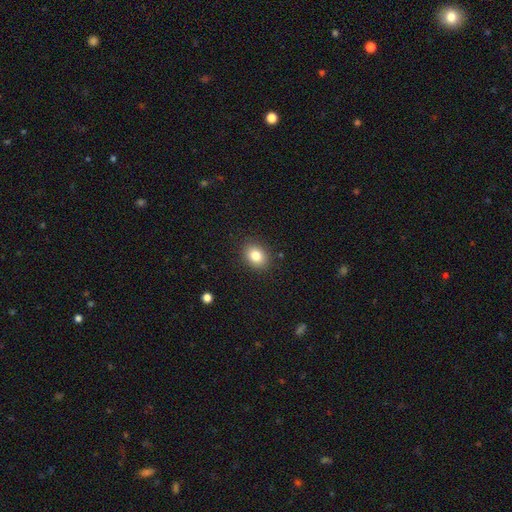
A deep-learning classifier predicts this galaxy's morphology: Smooth or featured? smooth (82%)
How rounded? in between (56%)
Merging? none (88%)